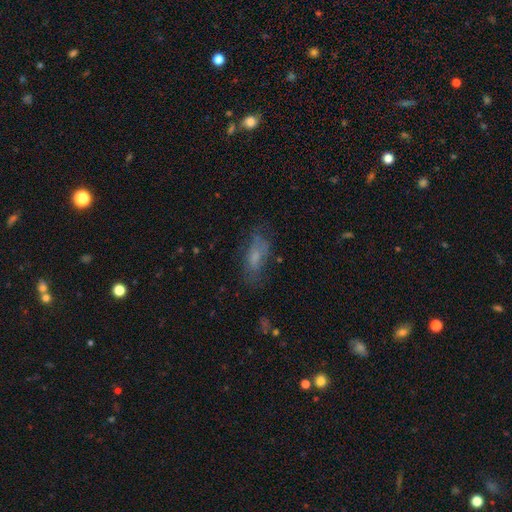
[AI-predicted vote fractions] A smooth galaxy with no disk features (57%) that is in between round and cigar-shaped (72%). Merging: none (60%).